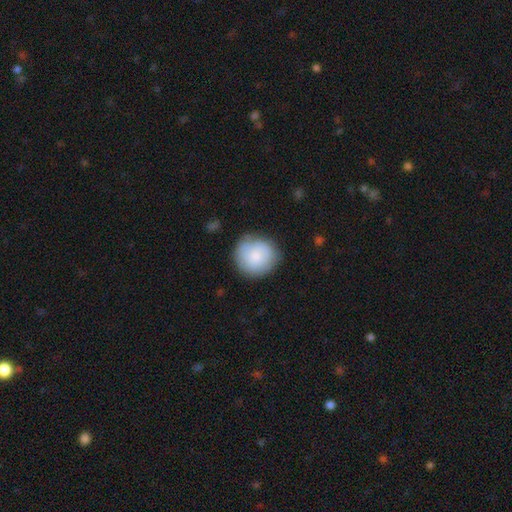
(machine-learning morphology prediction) Smooth or featured?
  - smooth: 78% *
  - featured or disk: 16%
  - star or artifact: 6%
How rounded?
  - round: 90% *
  - in between: 9%
  - cigar-shaped: 1%
Merging?
  - none: 74% *
  - minor disturbance: 18%
  - major disturbance: 5%
  - merger: 3%